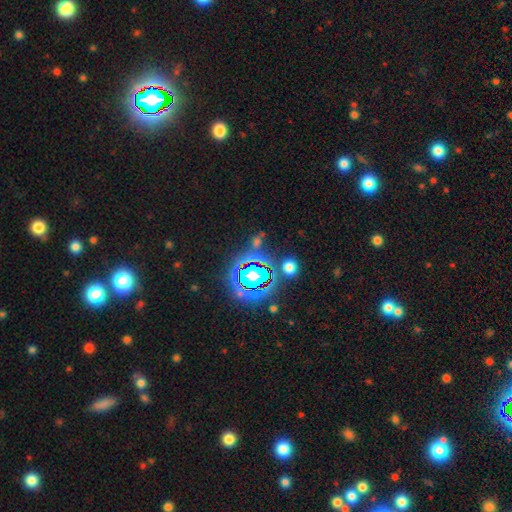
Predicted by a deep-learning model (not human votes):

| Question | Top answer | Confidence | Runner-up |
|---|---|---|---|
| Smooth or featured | star or artifact | 81% | smooth (12%) |